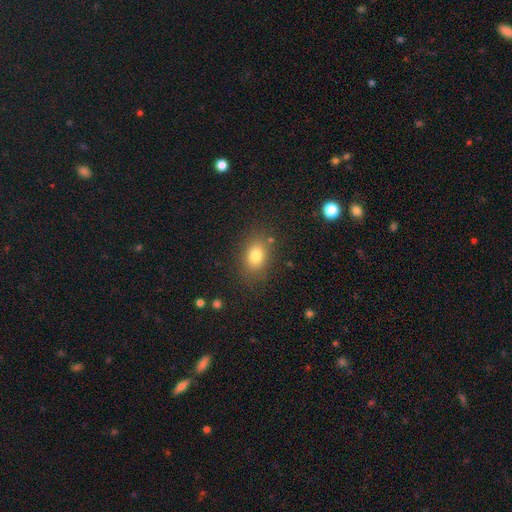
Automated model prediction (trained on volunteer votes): A smooth galaxy with no disk features (77%) that is in between round and cigar-shaped (68%). Merging: none (81%).